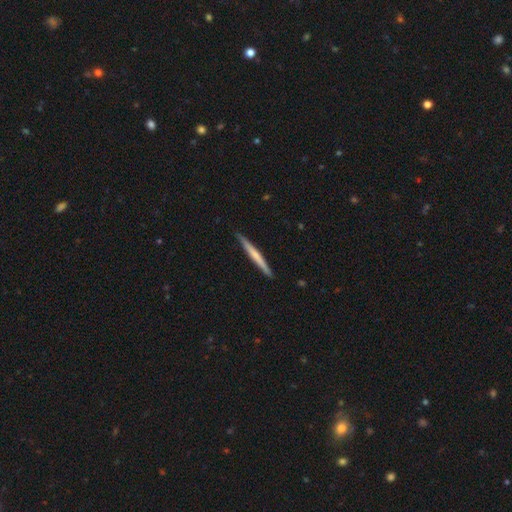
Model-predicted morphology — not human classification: Smooth or featured? Predicted: smooth (p=0.50). How rounded? Predicted: cigar-shaped (p=0.97). Merging? Predicted: none (p=0.90).